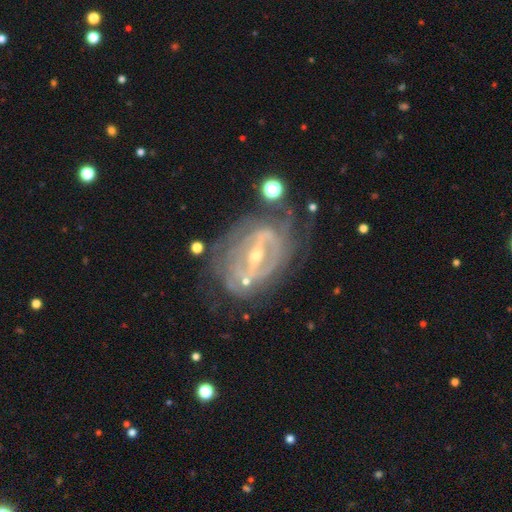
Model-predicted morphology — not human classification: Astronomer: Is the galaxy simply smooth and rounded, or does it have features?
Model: featured or disk — 87%.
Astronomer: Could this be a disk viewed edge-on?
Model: no — 94%.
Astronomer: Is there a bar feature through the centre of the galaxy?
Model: strong — 64%.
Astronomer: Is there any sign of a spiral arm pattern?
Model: yes — 81%.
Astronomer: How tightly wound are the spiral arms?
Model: tight — 59%.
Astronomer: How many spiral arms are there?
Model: can't tell — 38% (runner-up: 2, 36%).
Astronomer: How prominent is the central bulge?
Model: small — 60% (runner-up: moderate, 36%).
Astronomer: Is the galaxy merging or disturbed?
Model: none — 61%.